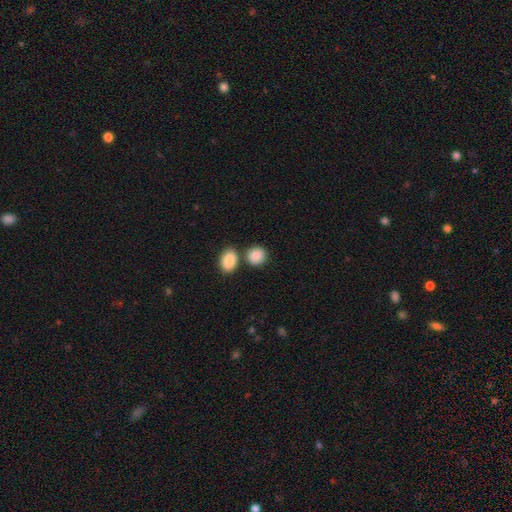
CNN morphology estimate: This is clearly a smooth galaxy (89%). How rounded: likely round (70%). Merging: likely none (66%).